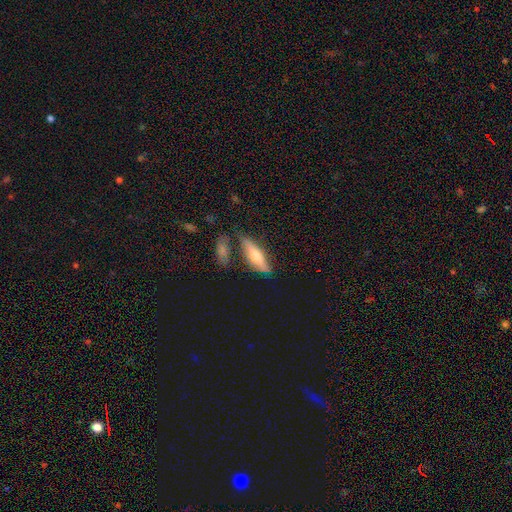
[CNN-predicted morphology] Smooth or featured? Predicted: featured or disk (p=0.47). Merging? Predicted: none (p=0.68).